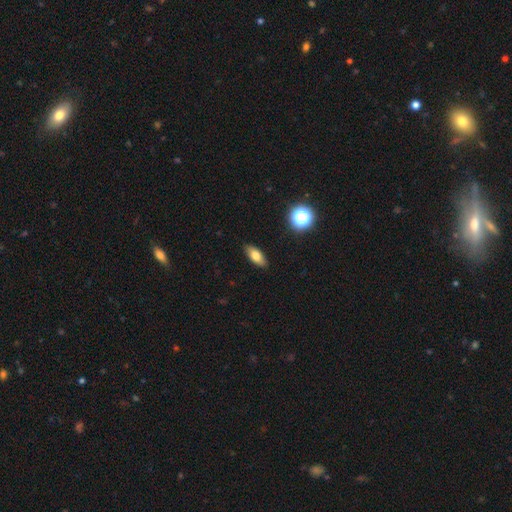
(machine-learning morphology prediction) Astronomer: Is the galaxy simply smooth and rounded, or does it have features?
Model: smooth — 75%.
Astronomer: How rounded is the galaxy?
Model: in between — 80%.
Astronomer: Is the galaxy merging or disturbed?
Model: none — 88%.